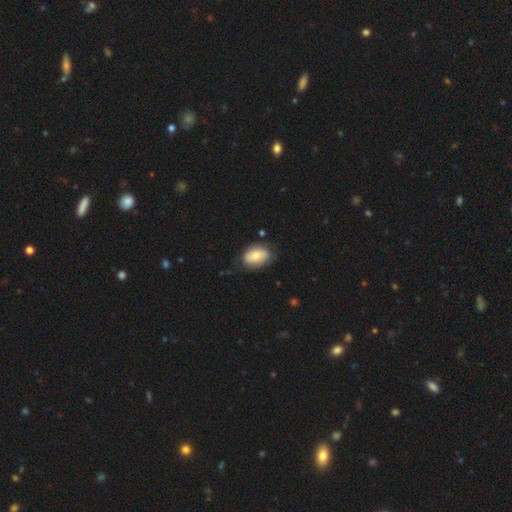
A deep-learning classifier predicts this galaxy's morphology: Q: Smooth or featured?
A: smooth (66%); runner-up: featured or disk (27%)
Q: How rounded?
A: in between (83%); runner-up: round (16%)
Q: Merging?
A: none (67%); runner-up: minor disturbance (25%)